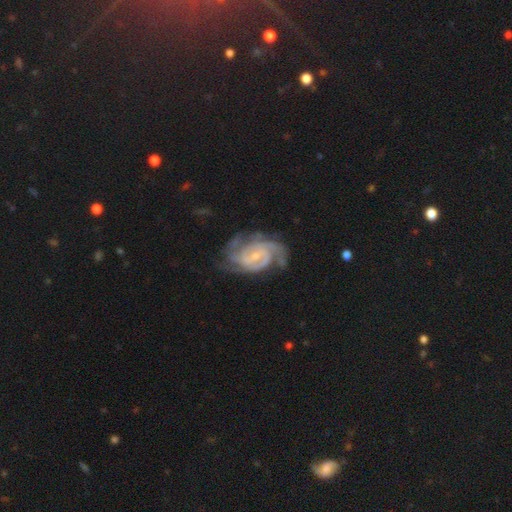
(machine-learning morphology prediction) The model was most divided on "bar": weak: 46%, no: 42%, strong: 12%. Remaining: spiral arms — yes (98%); edge-on disk — no (98%); smooth or featured — featured or disk (90%); bulge size — small (68%); merging — none (66%); spiral winding — tight (58%); spiral arm count — 2 (41%).